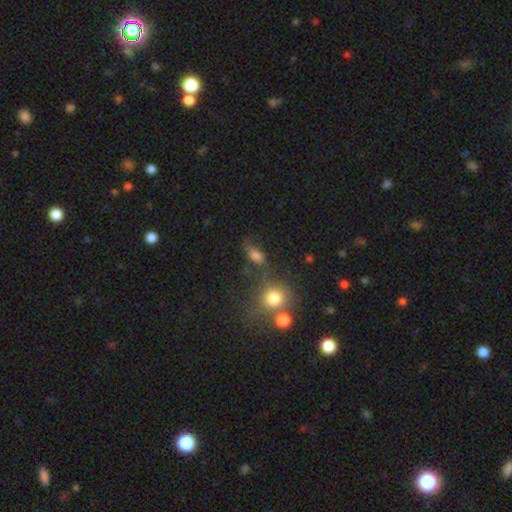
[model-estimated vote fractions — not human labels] smooth_or_featured: smooth (p=0.71) [alt: star or artifact p=0.16]
how_rounded: in between (p=0.73) [alt: round p=0.19]
merging: none (p=0.52) [alt: minor disturbance p=0.22]